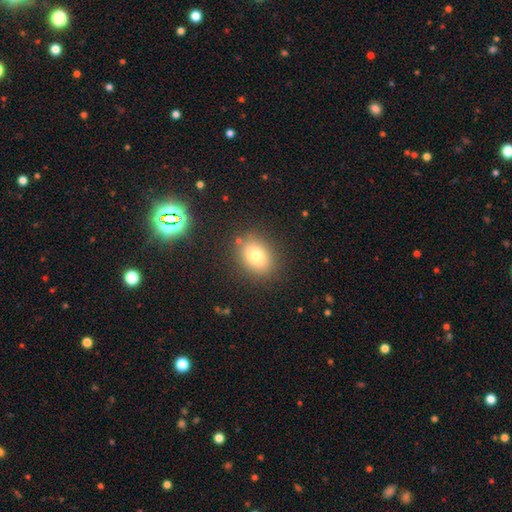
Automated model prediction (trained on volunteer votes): A smooth galaxy with no disk features (75%) that is in between round and cigar-shaped (53%).

Vote fractions:
- Smooth or featured? smooth: 75% / star or artifact: 13% / featured or disk: 12%
- How rounded? in between: 53% / round: 46% / cigar-shaped: 1%
- Merging? none: 84% / minor disturbance: 10% / major disturbance: 4% / merger: 2%